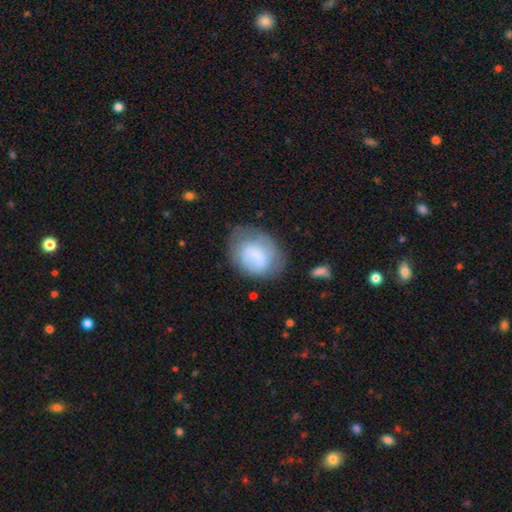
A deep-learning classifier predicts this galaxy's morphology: smooth_or_featured: smooth (p=0.64) [alt: featured or disk p=0.28]
how_rounded: in between (p=0.60) [alt: round p=0.39]
merging: none (p=0.51) [alt: minor disturbance p=0.28]